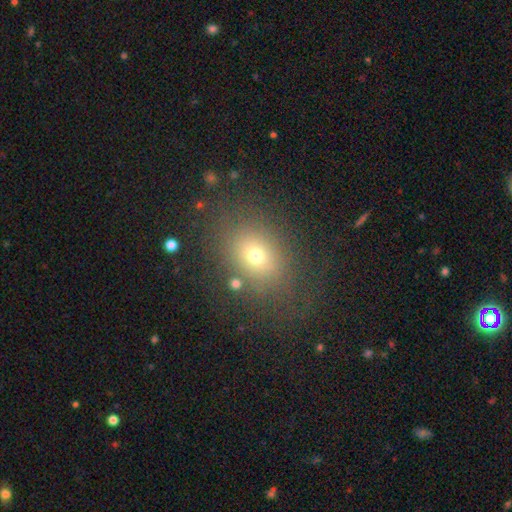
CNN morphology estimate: Q: Smooth or featured?
A: smooth (67%); runner-up: star or artifact (18%)
Q: How rounded?
A: in between (58%); runner-up: round (41%)
Q: Merging?
A: none (77%); runner-up: minor disturbance (13%)